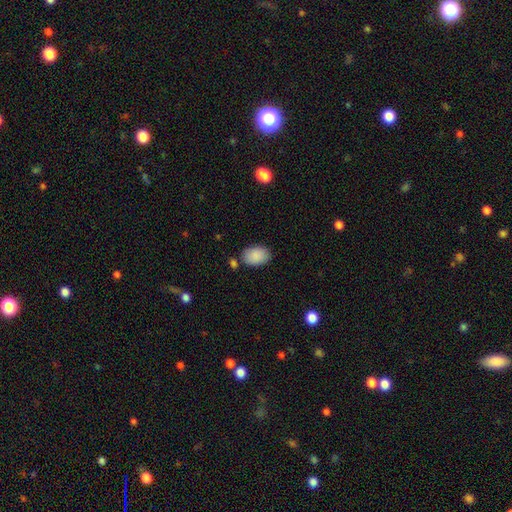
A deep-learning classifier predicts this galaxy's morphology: Q: Smooth or featured?
A: smooth (89%); runner-up: star or artifact (6%)
Q: How rounded?
A: in between (88%); runner-up: round (11%)
Q: Merging?
A: none (78%); runner-up: minor disturbance (14%)